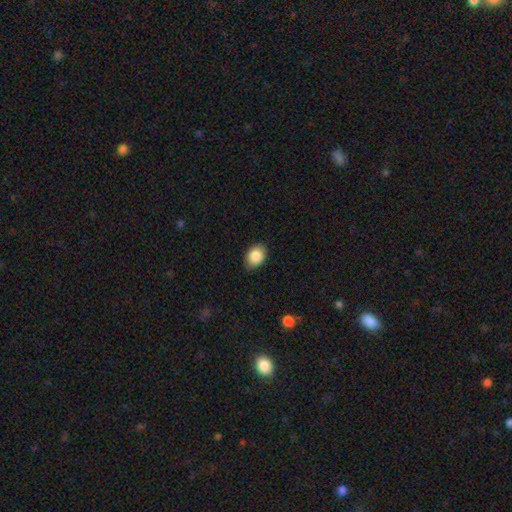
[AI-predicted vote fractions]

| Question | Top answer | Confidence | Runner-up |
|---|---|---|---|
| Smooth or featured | smooth | 86% | star or artifact (8%) |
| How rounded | in between | 68% | round (31%) |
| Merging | none | 83% | minor disturbance (14%) |